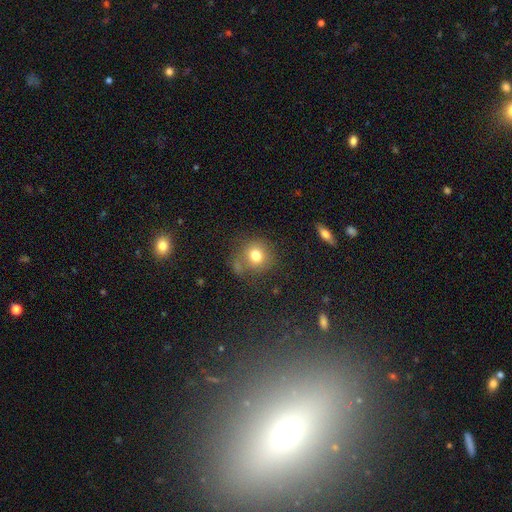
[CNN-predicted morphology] Smooth or featured? Predicted: smooth (p=0.76). How rounded? Predicted: round (p=0.86). Merging? Predicted: none (p=0.67).